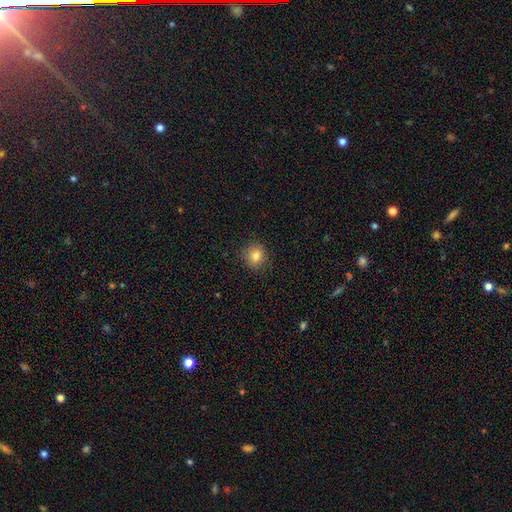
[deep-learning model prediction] A smooth galaxy with no disk features (82%) that is round (77%).

Vote fractions:
- Smooth or featured? smooth: 82% / star or artifact: 11% / featured or disk: 7%
- How rounded? round: 77% / in between: 22% / cigar-shaped: 1%
- Merging? none: 86% / minor disturbance: 10% / major disturbance: 3% / merger: 1%